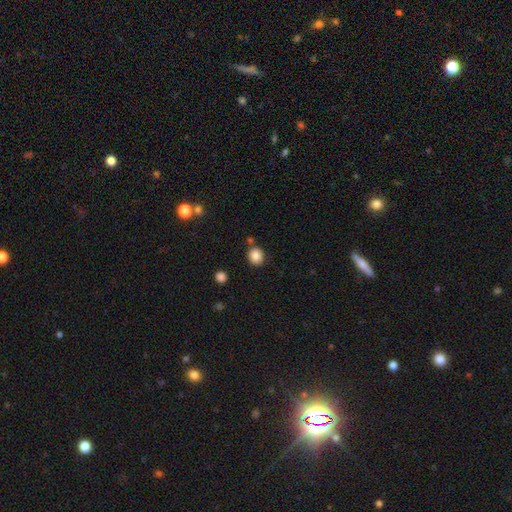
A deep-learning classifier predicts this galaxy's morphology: The model was most divided on "how rounded": round: 76%, in between: 23%, cigar-shaped: 1%. More confident: smooth or featured — smooth (84%); merging — none (80%).